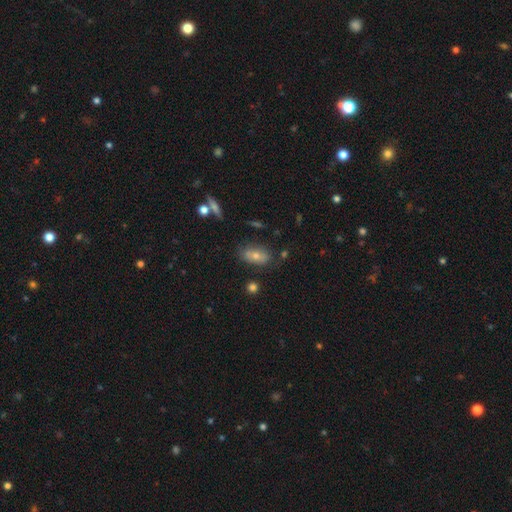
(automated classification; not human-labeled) Smooth or featured?
  - smooth: 59% *
  - featured or disk: 25%
  - star or artifact: 16%
How rounded?
  - in between: 86% *
  - round: 9%
  - cigar-shaped: 6%
Merging?
  - none: 76% *
  - minor disturbance: 16%
  - major disturbance: 4%
  - merger: 4%